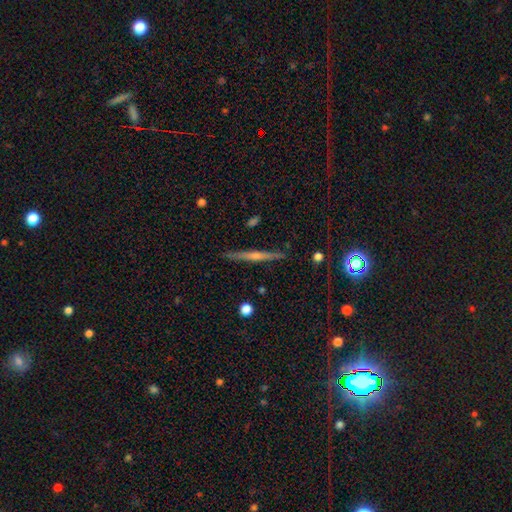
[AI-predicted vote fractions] This appears to be a featured or disk galaxy (58%) viewed edge-on (92%) with a rounded central bulge (70%). Merging: none (85%).